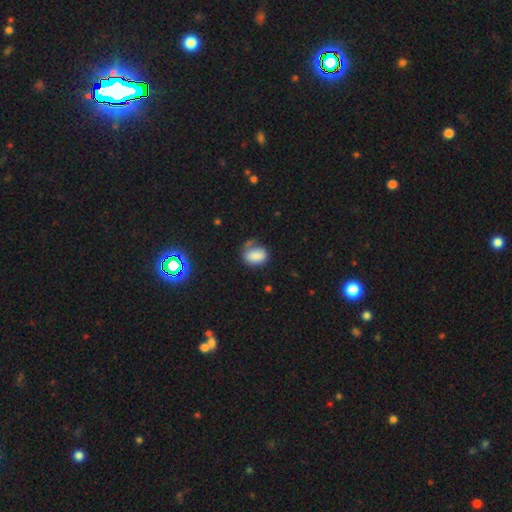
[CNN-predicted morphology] smooth 80%, star or artifact 10%, featured or disk 10%. Down the decision tree: how rounded — in between (76%); merging — none (52%).